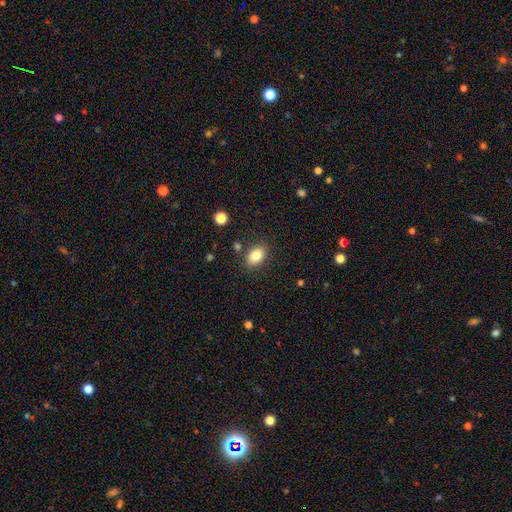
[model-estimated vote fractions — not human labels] This is clearly a smooth galaxy (84%). How rounded: clearly in between (81%). Merging: clearly none (84%).